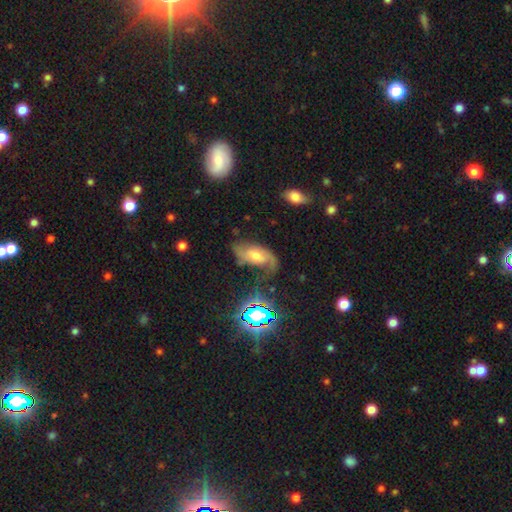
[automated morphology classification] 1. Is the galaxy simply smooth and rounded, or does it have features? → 66% featured or disk, 20% smooth, 15% star or artifact.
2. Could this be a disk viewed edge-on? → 93% no, 7% yes.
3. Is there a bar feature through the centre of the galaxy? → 57% no, 32% weak, 10% strong.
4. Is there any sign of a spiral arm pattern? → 89% yes, 11% no.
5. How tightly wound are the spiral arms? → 45% loose, 37% medium, 18% tight.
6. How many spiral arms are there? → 70% 2, 12% can't tell, 11% 1, 4% 3, 2% 4, 2% more than 4.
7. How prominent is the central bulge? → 57% moderate, 34% small, 6% large, 2% none, 1% dominant.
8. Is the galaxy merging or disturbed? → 54% none, 25% minor disturbance, 18% major disturbance, 4% merger.